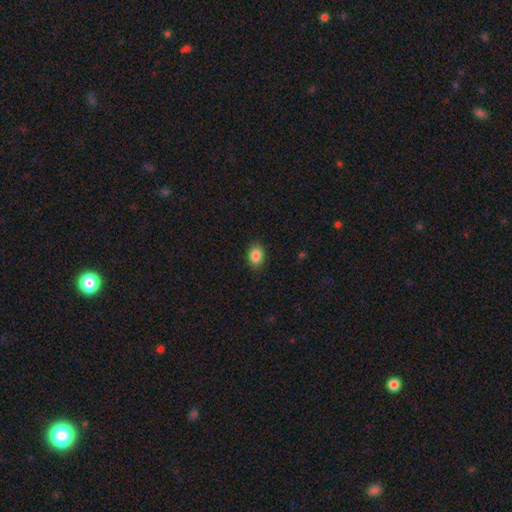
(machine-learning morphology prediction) A smooth galaxy with no disk features (87%) that is in between round and cigar-shaped (72%).

Vote fractions:
- Smooth or featured? smooth: 87% / star or artifact: 9% / featured or disk: 5%
- How rounded? in between: 72% / round: 26% / cigar-shaped: 1%
- Merging? none: 87% / minor disturbance: 9% / major disturbance: 2% / merger: 1%